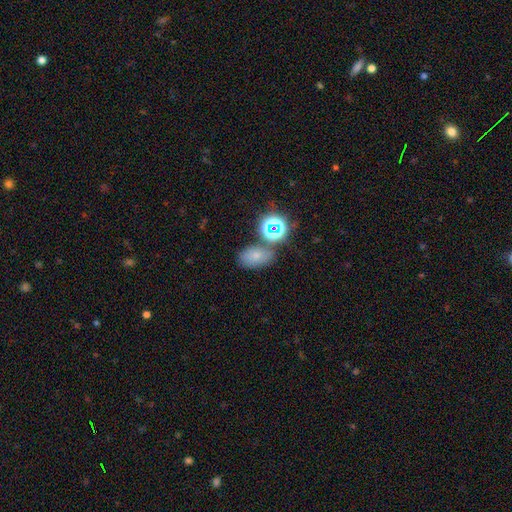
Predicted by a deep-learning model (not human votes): Q: Smooth or featured?
A: smooth (67%); runner-up: star or artifact (21%)
Q: How rounded?
A: in between (82%); runner-up: round (17%)
Q: Merging?
A: none (66%); runner-up: merger (15%)